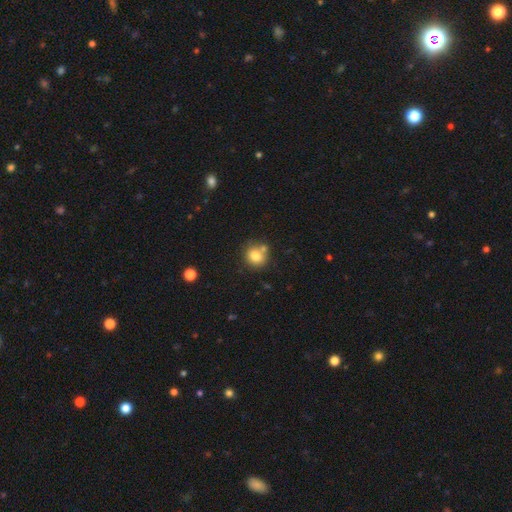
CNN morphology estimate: The model was most divided on "merging": none: 62%, merger: 20%, minor disturbance: 14%, major disturbance: 4%. More confident: smooth or featured — smooth (79%); how rounded — round (72%).